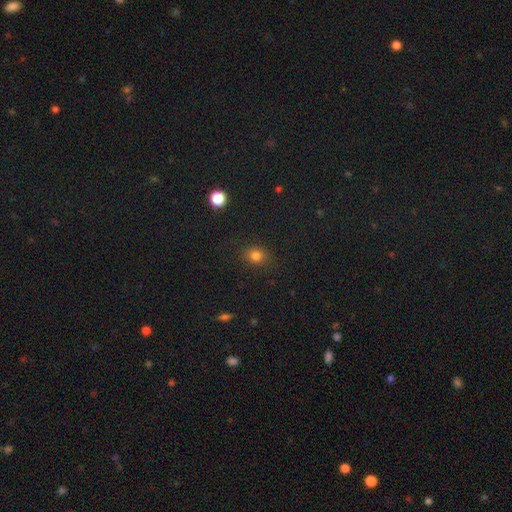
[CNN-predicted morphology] This appears to be a smooth galaxy with no disk features (79%) that is round (63%). Merging: none (83%).